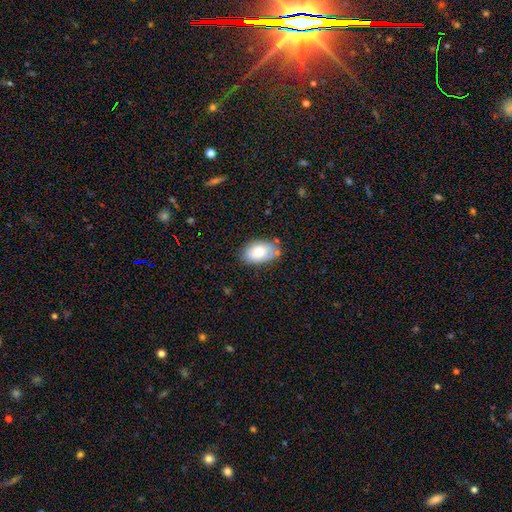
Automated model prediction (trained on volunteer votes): This appears to be a smooth galaxy with no disk features (74%) that is in between round and cigar-shaped (90%). Merging: none (73%).